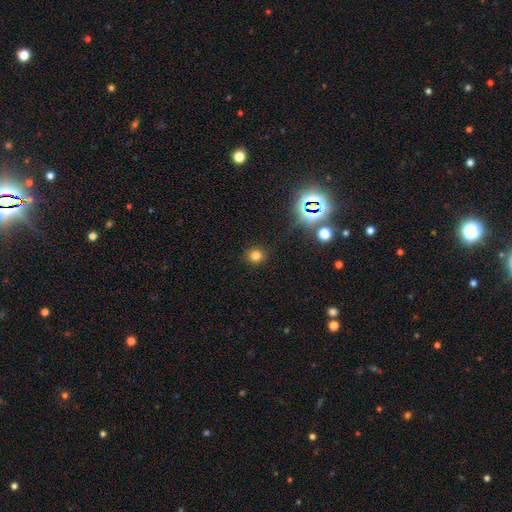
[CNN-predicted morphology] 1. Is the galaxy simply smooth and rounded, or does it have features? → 75% smooth, 20% star or artifact, 6% featured or disk.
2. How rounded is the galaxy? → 89% round, 10% in between, 1% cigar-shaped.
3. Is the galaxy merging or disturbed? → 90% none, 6% minor disturbance, 2% major disturbance, 1% merger.